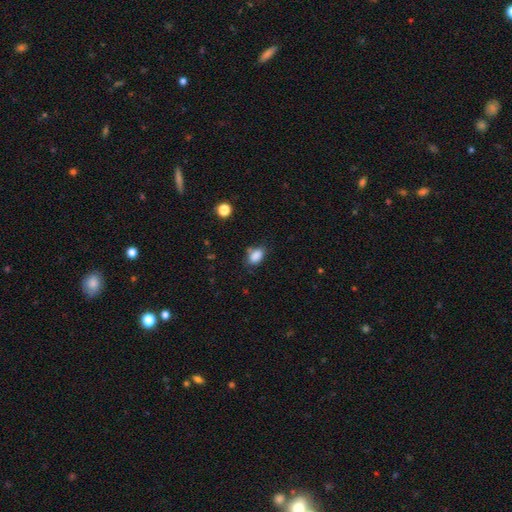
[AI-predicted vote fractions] smooth-or-featured: smooth: 85% | star or artifact: 10% | featured or disk: 5%
  how-rounded: in between: 84% | round: 14% | cigar-shaped: 2%
  merging: none: 65% | minor disturbance: 22% | merger: 7% | major disturbance: 6%